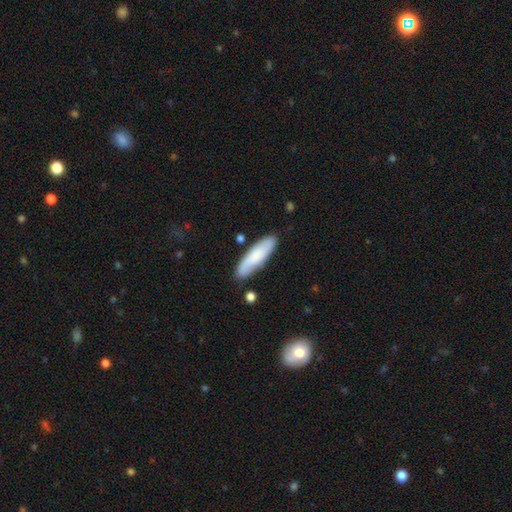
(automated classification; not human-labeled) Q: Smooth or featured?
A: smooth (71%); runner-up: featured or disk (23%)
Q: How rounded?
A: cigar-shaped (63%); runner-up: in between (36%)
Q: Merging?
A: none (81%); runner-up: minor disturbance (14%)